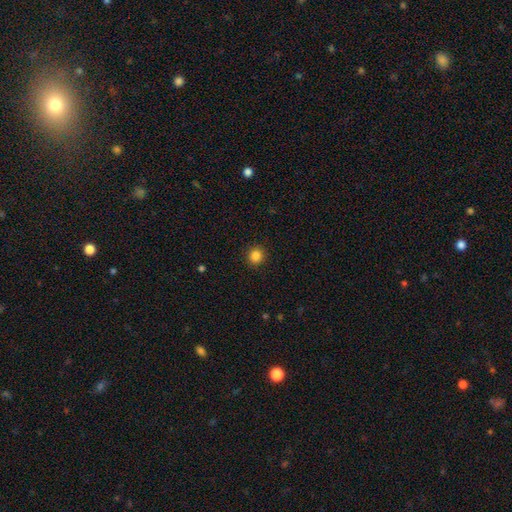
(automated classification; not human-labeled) The model was most divided on "smooth or featured": smooth: 85%, star or artifact: 12%, featured or disk: 4%. More confident: merging — none (92%); how rounded — round (92%).